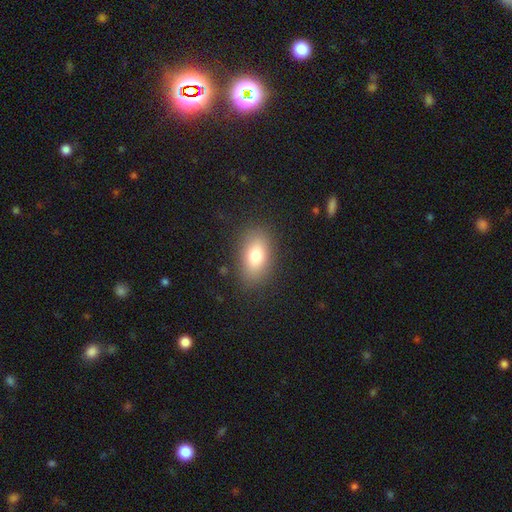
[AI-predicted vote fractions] Smooth or featured? Predicted: smooth (p=0.77). How rounded? Predicted: in between (p=0.87). Merging? Predicted: none (p=0.85).